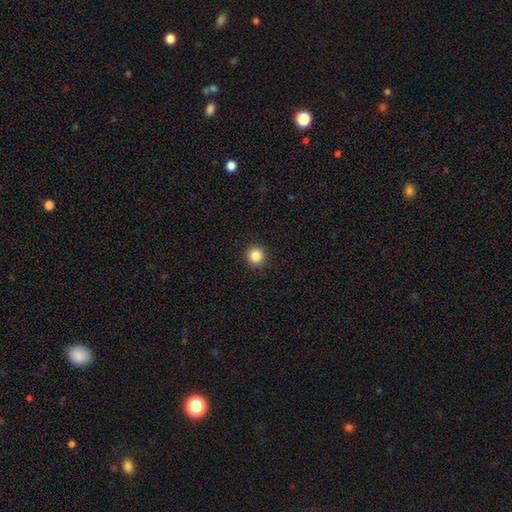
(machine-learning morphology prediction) A smooth galaxy with no disk features (86%) that is round (93%).

Vote fractions:
- Smooth or featured? smooth: 86% / star or artifact: 11% / featured or disk: 4%
- How rounded? round: 93% / in between: 6% / cigar-shaped: 1%
- Merging? none: 92% / minor disturbance: 5% / major disturbance: 2% / merger: 1%